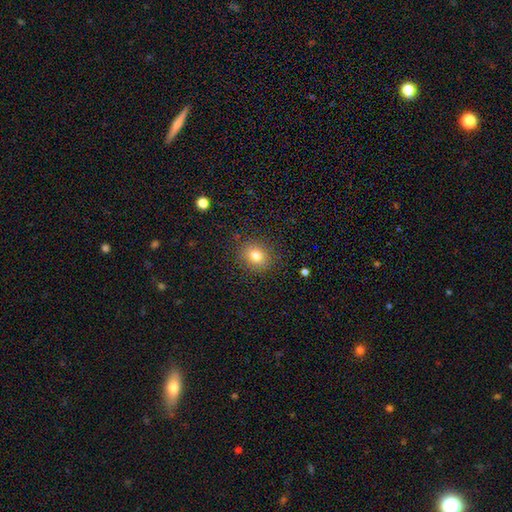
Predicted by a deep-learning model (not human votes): smooth-or-featured: smooth: 79% | star or artifact: 13% | featured or disk: 8%
  how-rounded: round: 77% | in between: 22% | cigar-shaped: 1%
  merging: none: 88% | minor disturbance: 8% | major disturbance: 3% | merger: 1%